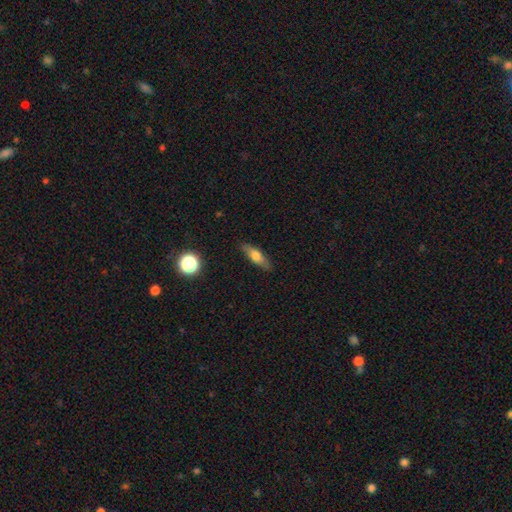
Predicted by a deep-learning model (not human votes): Morphology: type=smooth (61%); roundness=cigar-shaped (52%); merging=none (85%).